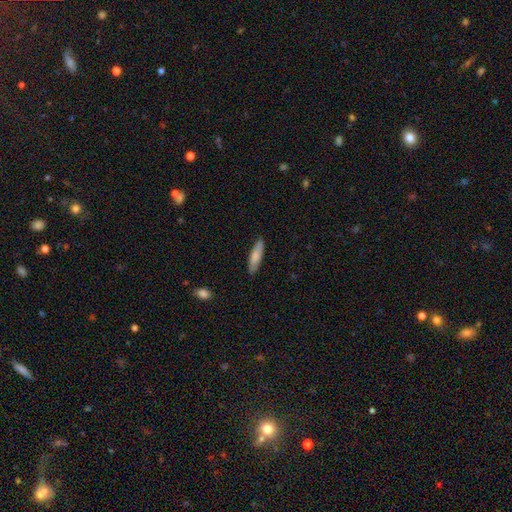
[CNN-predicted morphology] smooth 77%, featured or disk 17%, star or artifact 6%. Down the decision tree: how rounded — cigar-shaped (71%); merging — none (87%).